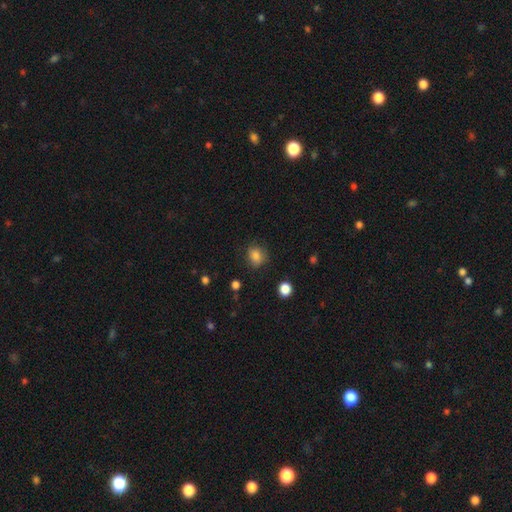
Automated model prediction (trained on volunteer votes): smooth 82%, star or artifact 11%, featured or disk 7%. Down the decision tree: how rounded — round (66%); merging — none (76%).